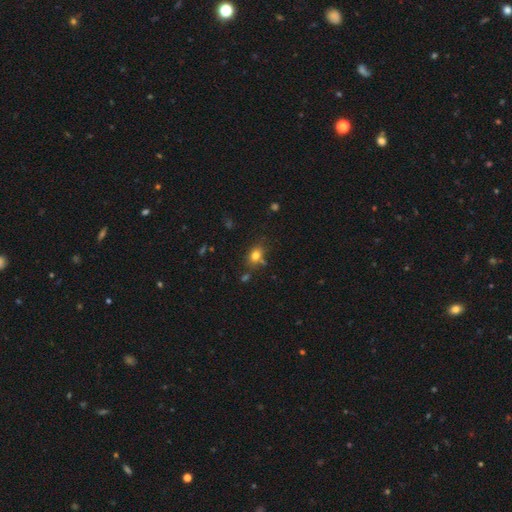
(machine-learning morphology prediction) type=smooth (77%); roundness=in between (53%); merging=none (69%).